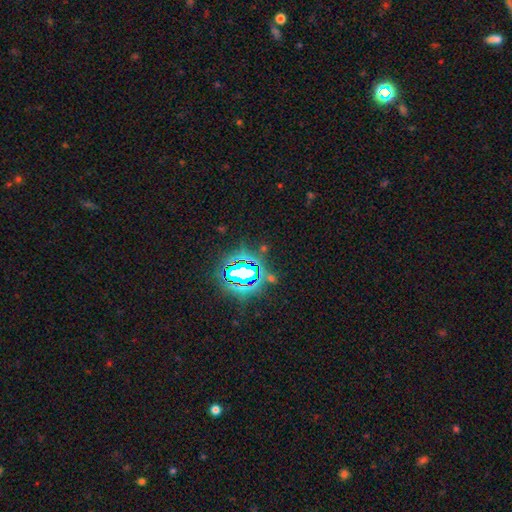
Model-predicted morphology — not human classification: smooth-or-featured: star or artifact: 83% | smooth: 11% | featured or disk: 7%